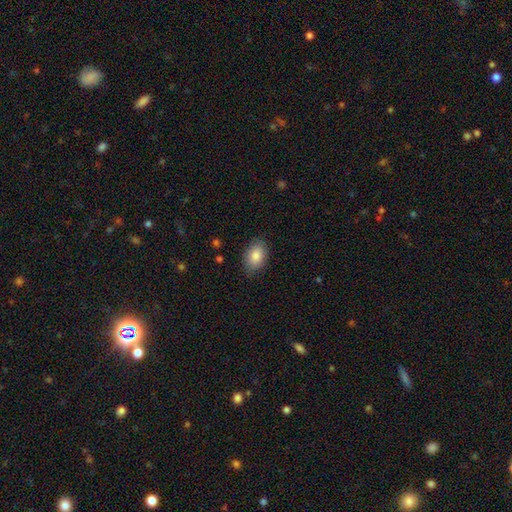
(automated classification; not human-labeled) Smooth or featured?
  - smooth: 85% *
  - featured or disk: 8%
  - star or artifact: 7%
How rounded?
  - in between: 86% *
  - round: 13%
  - cigar-shaped: 1%
Merging?
  - none: 83% *
  - minor disturbance: 13%
  - major disturbance: 3%
  - merger: 1%